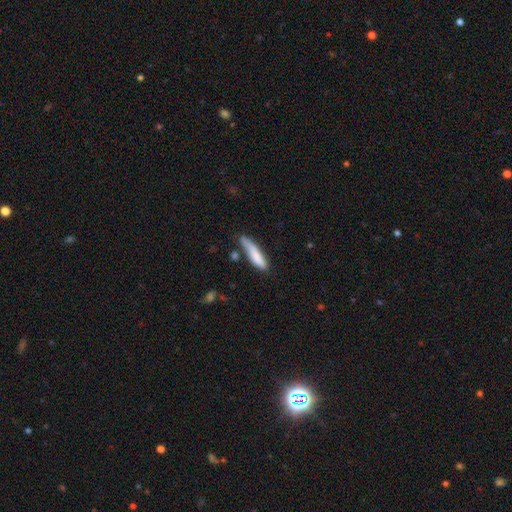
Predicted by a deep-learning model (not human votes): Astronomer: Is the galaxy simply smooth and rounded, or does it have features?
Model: smooth — 79%.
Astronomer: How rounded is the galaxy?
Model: cigar-shaped — 78%.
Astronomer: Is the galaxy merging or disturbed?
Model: none — 54% (runner-up: minor disturbance, 29%).